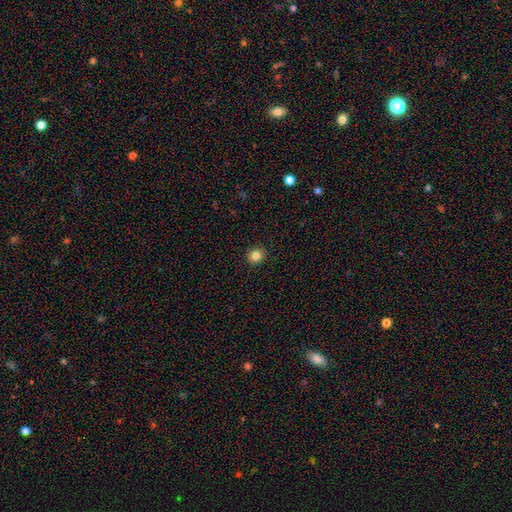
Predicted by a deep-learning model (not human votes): Smooth or featured? smooth (83%)
How rounded? round (87%)
Merging? none (91%)